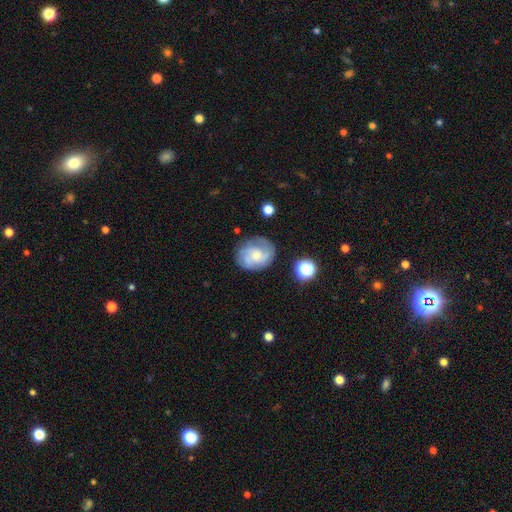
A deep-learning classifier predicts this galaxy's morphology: smooth_or_featured: featured or disk (p=0.67) [alt: smooth p=0.25]
disk_edge_on: no (p=0.98) [alt: yes p=0.02]
bar: no (p=0.71) [alt: weak p=0.26]
has_spiral_arms: yes (p=0.91) [alt: no p=0.09]
spiral_winding: tight (p=0.44) [alt: medium p=0.41]
spiral_arm_count: 3 (p=0.30) [alt: can't tell p=0.28]
bulge_size: small (p=0.48) [alt: moderate p=0.39]
merging: none (p=0.73) [alt: minor disturbance p=0.17]